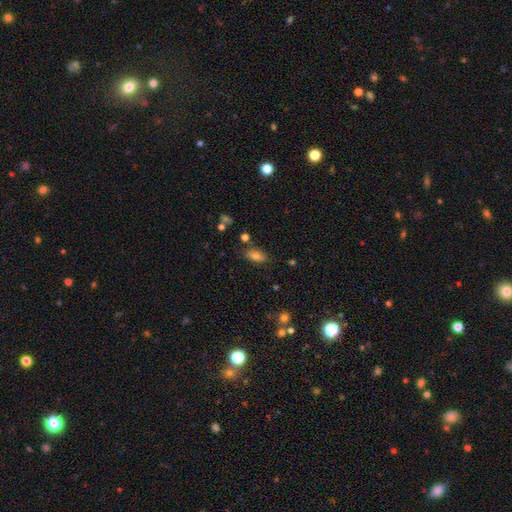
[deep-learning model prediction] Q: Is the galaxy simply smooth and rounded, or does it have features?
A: smooth — 77%.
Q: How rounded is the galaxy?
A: in between — 85%.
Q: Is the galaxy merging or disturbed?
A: none — 80%.